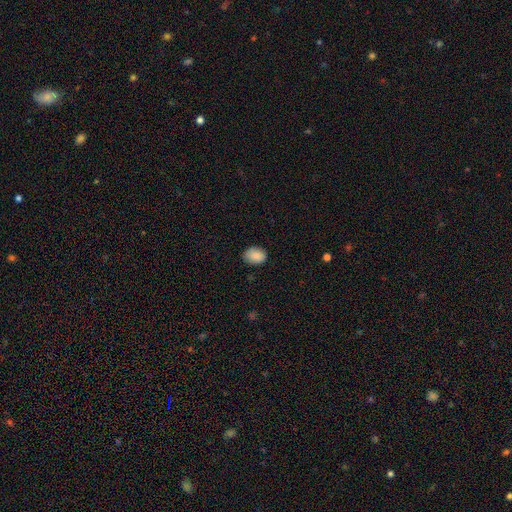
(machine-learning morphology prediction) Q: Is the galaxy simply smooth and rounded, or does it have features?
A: smooth — 88%.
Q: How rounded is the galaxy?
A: in between — 70%.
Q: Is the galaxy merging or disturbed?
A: none — 79%.